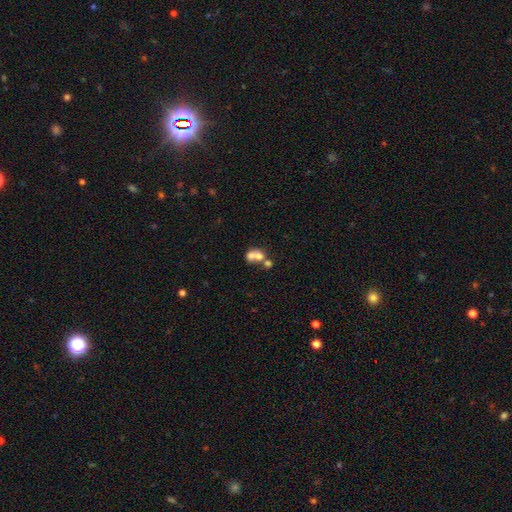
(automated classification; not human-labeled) This appears to be a smooth galaxy with no disk features (64%) that is in between round and cigar-shaped (52%). Merging: merger (67%).